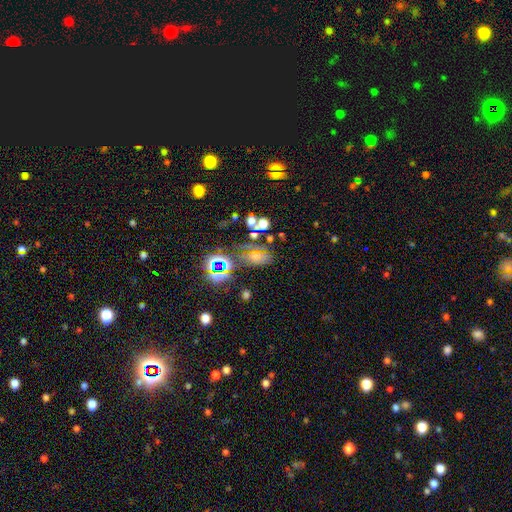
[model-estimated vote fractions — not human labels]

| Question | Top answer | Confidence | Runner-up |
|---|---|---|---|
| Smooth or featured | star or artifact | 54% | smooth (23%) |